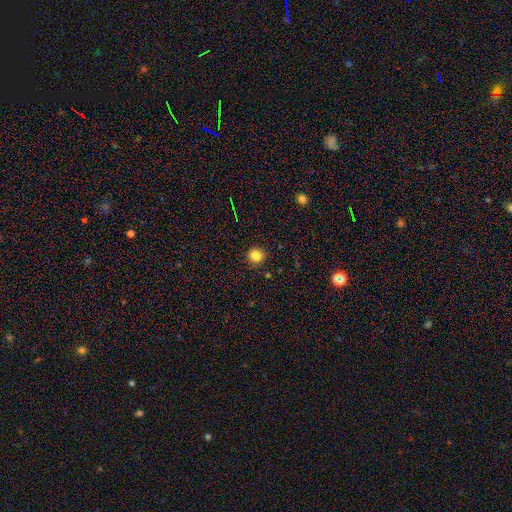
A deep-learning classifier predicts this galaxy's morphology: Q: Smooth or featured?
A: smooth (83%); runner-up: star or artifact (13%)
Q: How rounded?
A: round (83%); runner-up: in between (16%)
Q: Merging?
A: none (87%); runner-up: minor disturbance (9%)